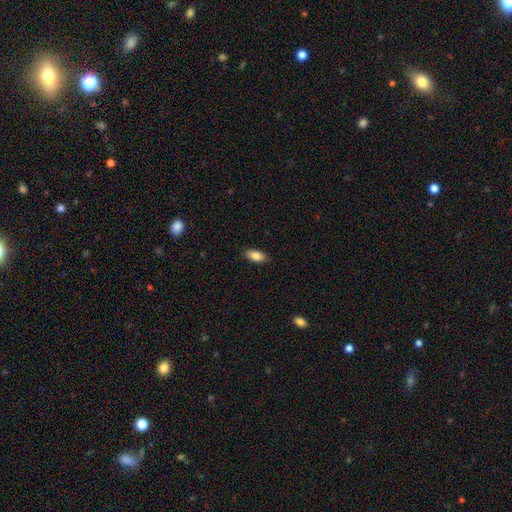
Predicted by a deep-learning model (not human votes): smooth 86%, star or artifact 7%, featured or disk 7%. Down the decision tree: how rounded — in between (88%); merging — none (88%).